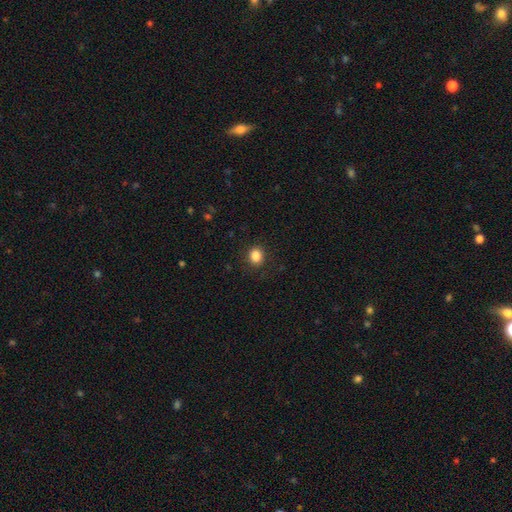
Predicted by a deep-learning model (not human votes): Smooth or featured: smooth — 85% (star or artifact — 11%)
How rounded: round — 67% (in between — 32%)
Merging: none — 87% (minor disturbance — 9%)